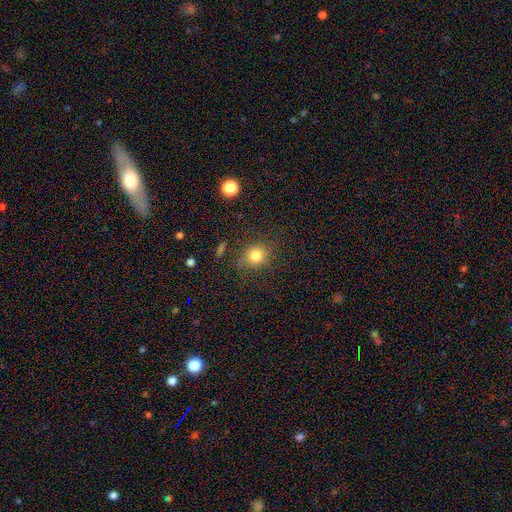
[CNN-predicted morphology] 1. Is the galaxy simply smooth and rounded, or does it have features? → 81% smooth, 13% star or artifact, 7% featured or disk.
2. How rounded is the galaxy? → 79% round, 19% in between, 1% cigar-shaped.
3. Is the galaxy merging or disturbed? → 81% none, 12% minor disturbance, 5% major disturbance, 2% merger.